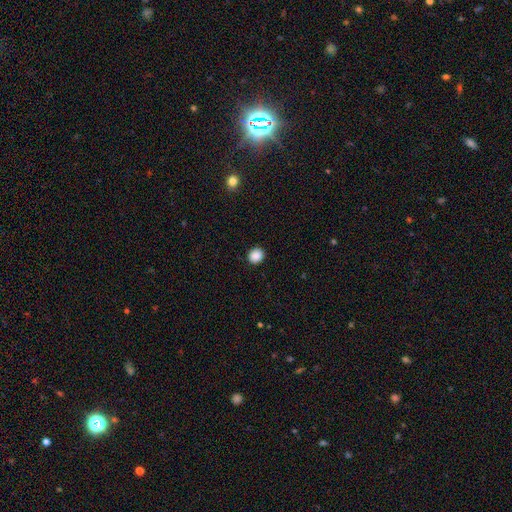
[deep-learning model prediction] This appears to be a smooth galaxy with no disk features (88%) that is round (81%). Merging: none (91%).